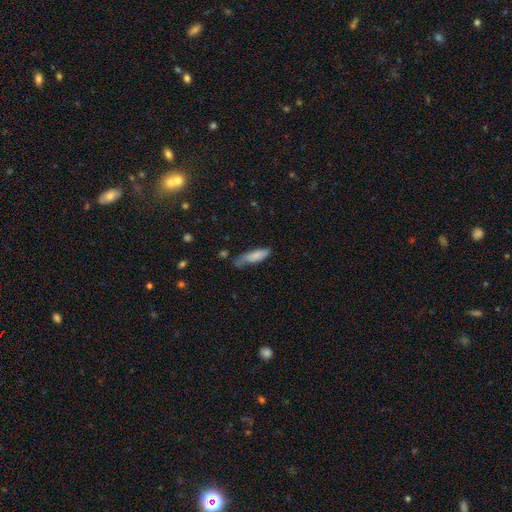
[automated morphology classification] A smooth galaxy with no disk features (79%) that is cigar-shaped (51%). Merging: none (42%).